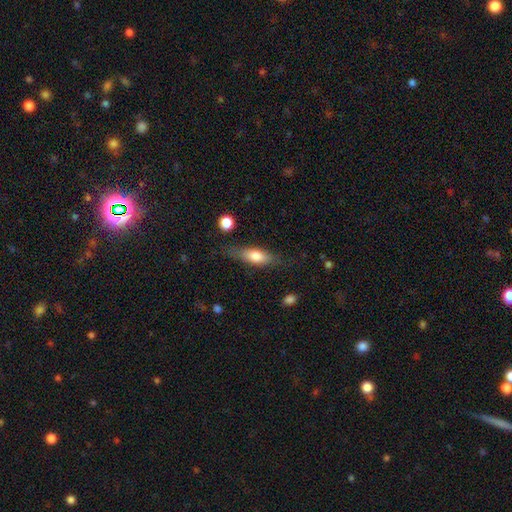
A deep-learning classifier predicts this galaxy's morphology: Smooth or featured? smooth (65%)
How rounded? in between (51%)
Merging? none (71%)